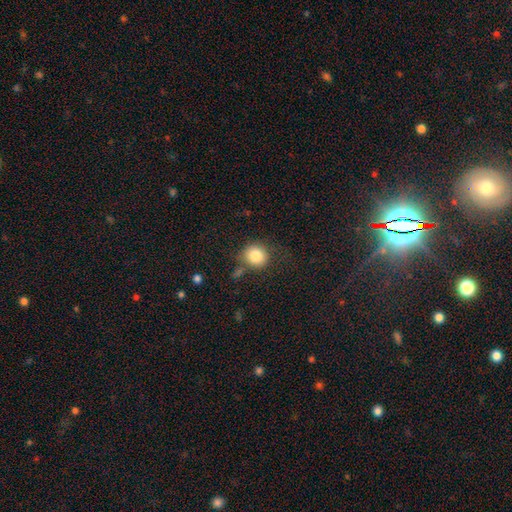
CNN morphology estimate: Overall: smooth (82%). How rounded: round (88%). Merging: none (72%).